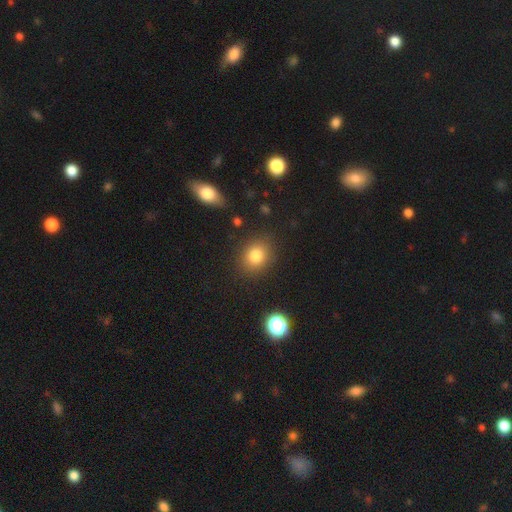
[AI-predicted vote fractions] This appears to be a smooth galaxy with no disk features (81%) that is round (68%). Merging: none (86%).